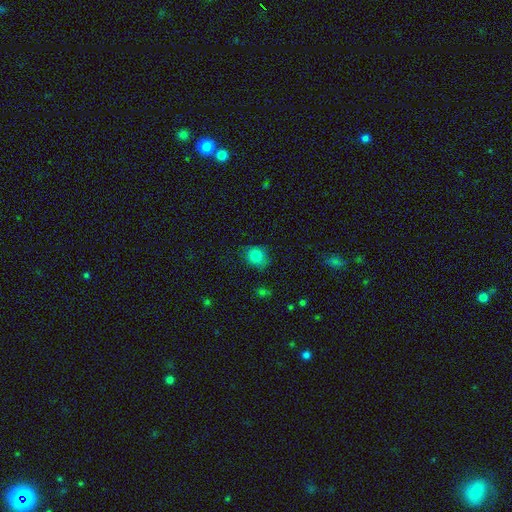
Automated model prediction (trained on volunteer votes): smooth_or_featured: smooth (p=0.82) [alt: star or artifact p=0.11]
how_rounded: round (p=0.68) [alt: in between p=0.31]
merging: none (p=0.75) [alt: minor disturbance p=0.19]